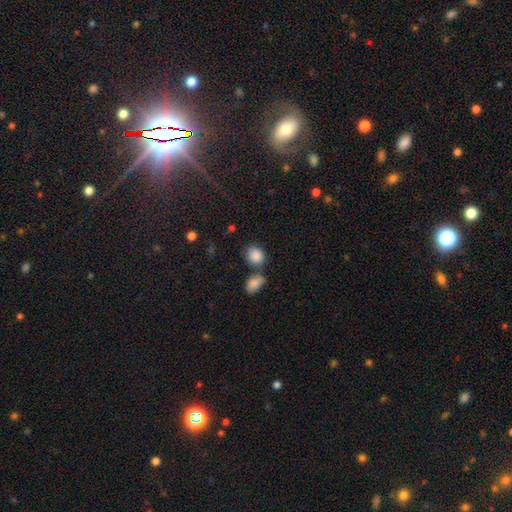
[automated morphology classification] Smooth or featured? Predicted: smooth (p=0.88). How rounded? Predicted: in between (p=0.57). Merging? Predicted: none (p=0.59).